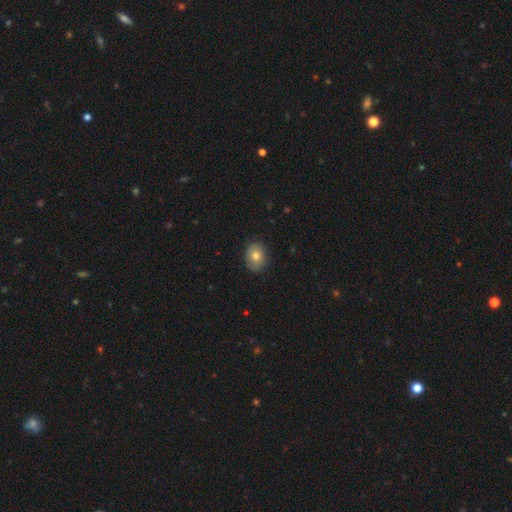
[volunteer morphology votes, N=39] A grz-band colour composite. It shows a smooth galaxy with no disk features (74%) that is in between round and cigar-shaped (69%). Merging: none (91%).